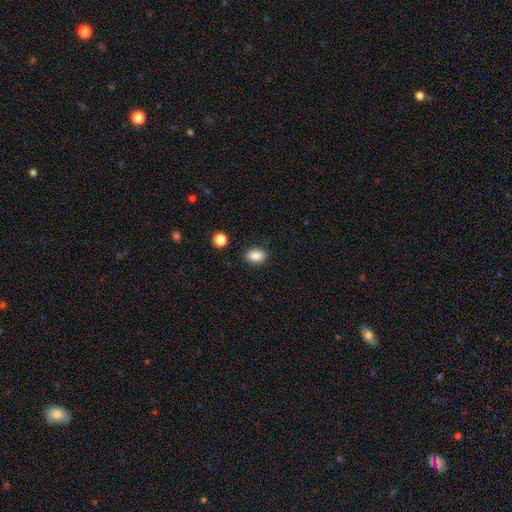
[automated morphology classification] This is clearly a smooth galaxy (87%). How rounded: likely in between (80%). Merging: clearly none (87%).